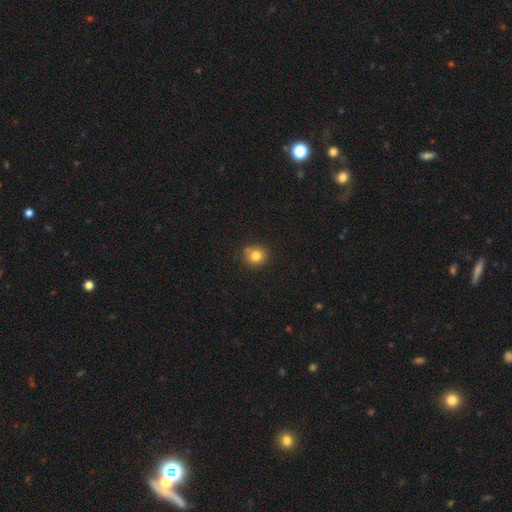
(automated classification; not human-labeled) Overall: smooth (80%). How rounded: round (85%). Merging: none (71%).